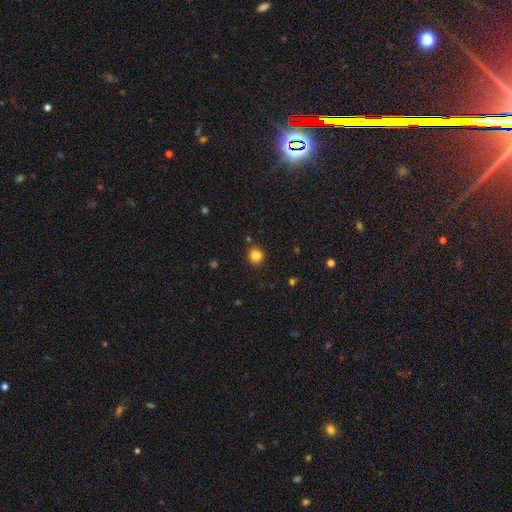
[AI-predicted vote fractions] This is clearly a smooth galaxy (83%). How rounded: clearly round (85%). Merging: clearly none (86%).